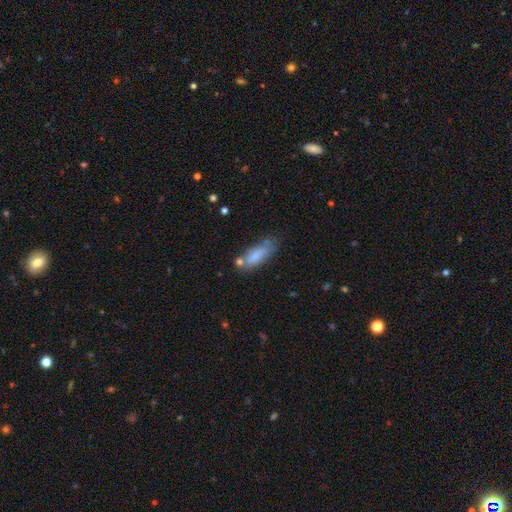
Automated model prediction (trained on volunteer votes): smooth_or_featured: smooth (p=0.78) [alt: featured or disk p=0.14]
how_rounded: in between (p=0.61) [alt: cigar-shaped p=0.37]
merging: none (p=0.59) [alt: minor disturbance p=0.24]